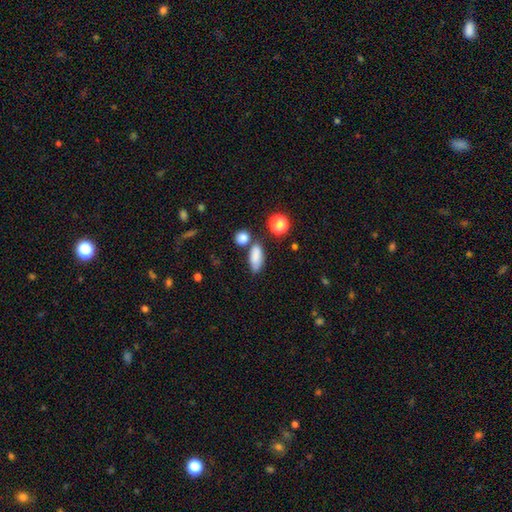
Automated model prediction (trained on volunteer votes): Overall: smooth (83%). How rounded: in between (78%). Merging: none (64%).